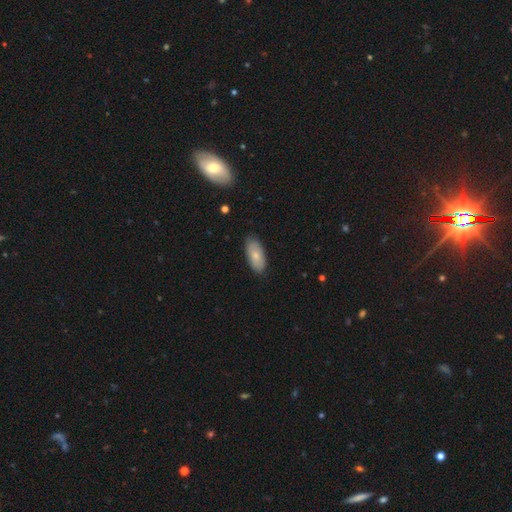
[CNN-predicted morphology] A smooth galaxy with no disk features (76%) that is in between round and cigar-shaped (90%). Merging: none (82%).